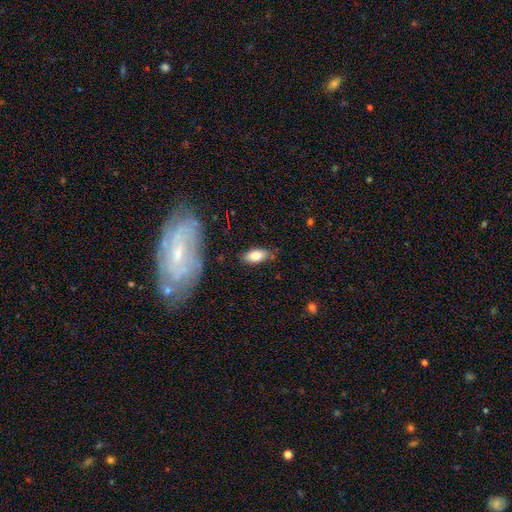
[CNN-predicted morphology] This is clearly a smooth galaxy (81%). How rounded: clearly in between (89%). Merging: likely none (79%).